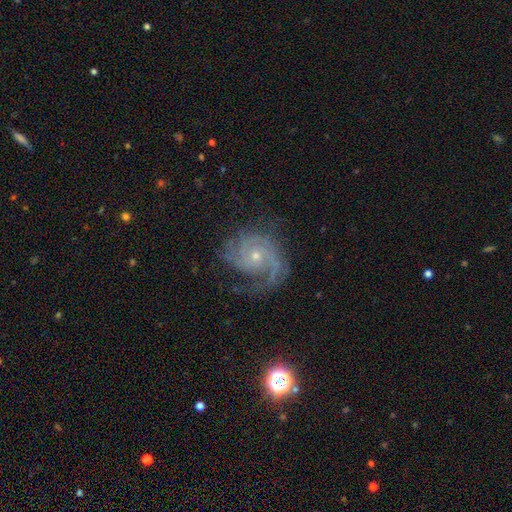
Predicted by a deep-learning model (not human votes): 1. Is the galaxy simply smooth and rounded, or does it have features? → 88% featured or disk, 7% star or artifact, 6% smooth.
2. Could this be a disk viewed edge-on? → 98% no, 2% yes.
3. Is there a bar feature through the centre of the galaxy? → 77% no, 20% weak, 4% strong.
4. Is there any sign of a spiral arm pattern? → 97% yes, 3% no.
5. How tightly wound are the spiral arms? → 47% tight, 41% medium, 12% loose.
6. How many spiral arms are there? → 35% 2, 25% 3, 17% can't tell, 10% 1, 7% 4, 6% more than 4.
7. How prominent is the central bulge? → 70% small, 26% moderate, 1% none, 1% large, 1% dominant.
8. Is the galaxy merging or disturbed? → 65% none, 20% minor disturbance, 14% major disturbance, 2% merger.